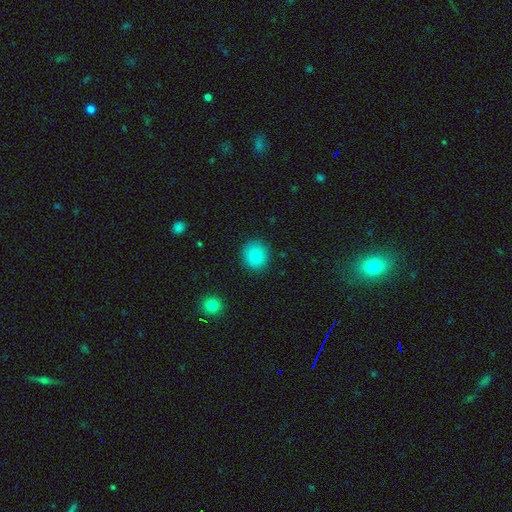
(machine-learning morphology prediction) The model was most divided on "smooth or featured": smooth: 79%, featured or disk: 11%, star or artifact: 10%. More confident: how rounded — round (92%); merging — none (91%).